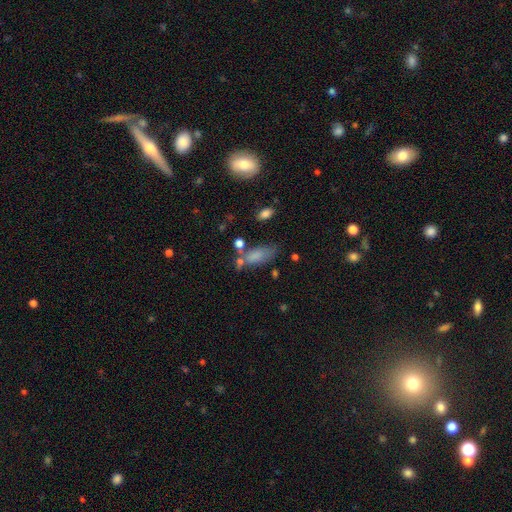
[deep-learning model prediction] Smooth or featured? smooth (77%)
How rounded? in between (80%)
Merging? none (48%)